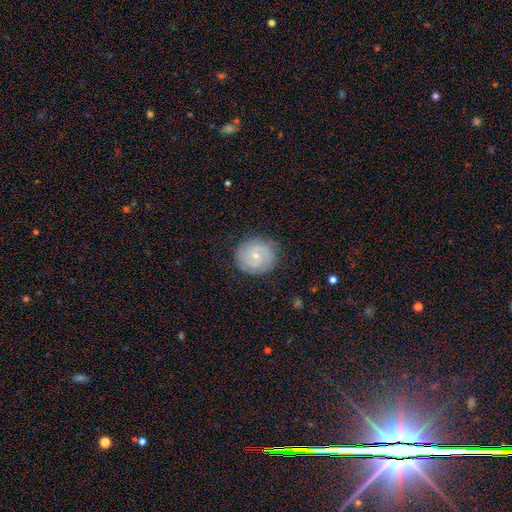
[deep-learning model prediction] This is likely a featured or disk galaxy (66%). It is clearly not viewed edge-on (98%). Bar: likely no (60%). Spiral arm pattern: clearly yes (88%). Spiral arm count: likely 2 (67%). Spiral winding: possibly tight (57%). Central bulge: likely small (70%). Merging: clearly none (85%).